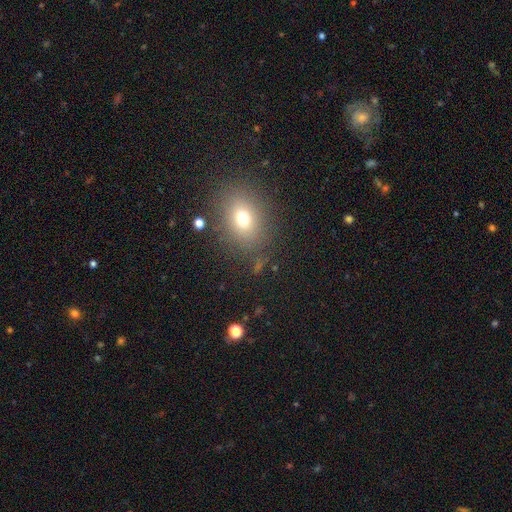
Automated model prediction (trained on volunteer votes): smooth 63%, star or artifact 26%, featured or disk 11%. Down the decision tree: how rounded — in between (53%); merging — none (85%).